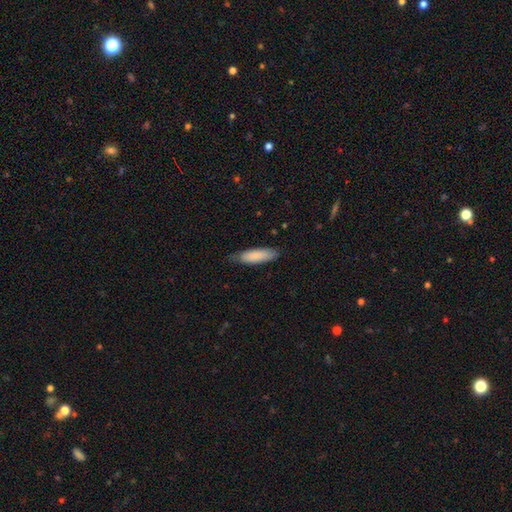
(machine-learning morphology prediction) This is clearly a smooth galaxy (86%). How rounded: possibly cigar-shaped (52%). Merging: likely none (75%).